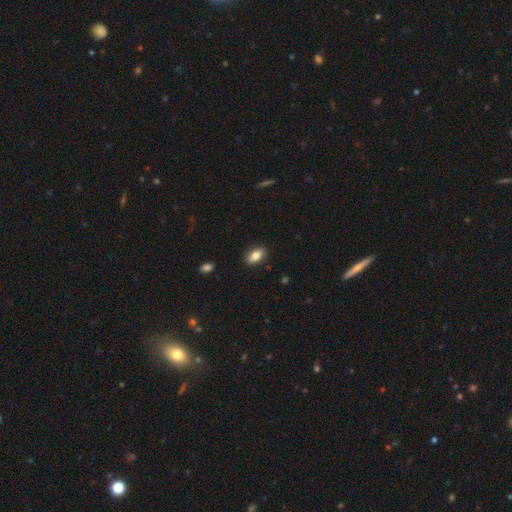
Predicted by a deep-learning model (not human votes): Morphology: type=smooth (81%); roundness=in between (88%); merging=none (87%).